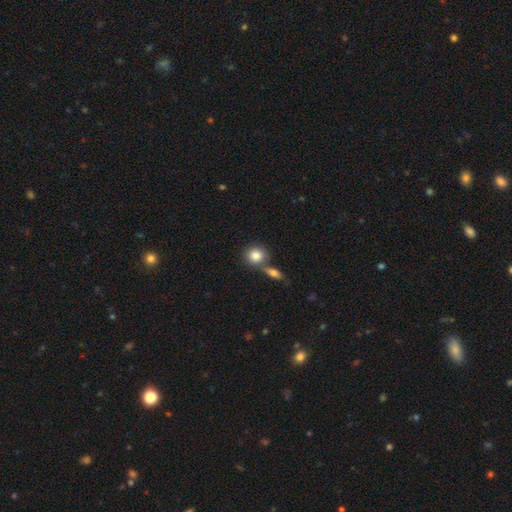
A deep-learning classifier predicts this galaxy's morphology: smooth 83%, featured or disk 9%, star or artifact 8%. Down the decision tree: how rounded — round (78%); merging — none (53%).